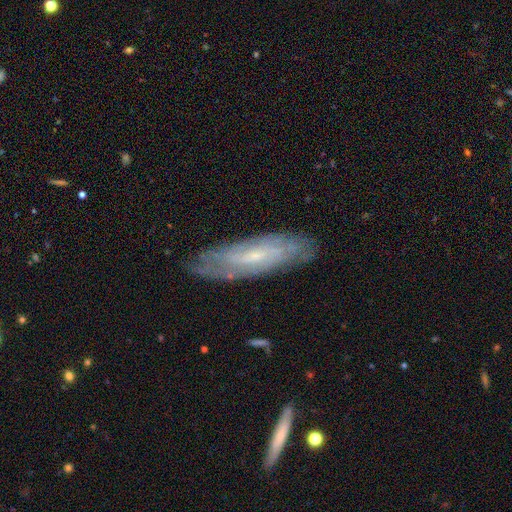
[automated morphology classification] Smooth or featured: featured or disk — 70% (smooth — 23%)
Edge-on disk: no — 73% (yes — 27%)
Bar: no — 44% (tied with weak — 44%)
Spiral arms: yes — 84% (no — 16%)
Bulge size: small — 66% (moderate — 24%)
Merging: none — 78% (minor disturbance — 17%)